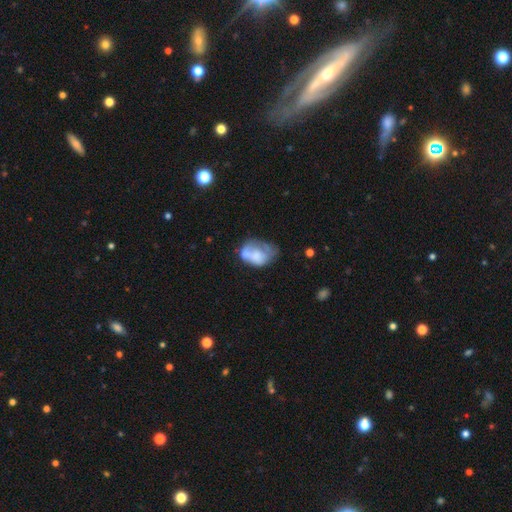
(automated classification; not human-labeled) Smooth or featured: smooth — 53% (featured or disk — 38%)
How rounded: in between — 75% (round — 23%)
Merging: minor disturbance — 29% (major disturbance — 28%)